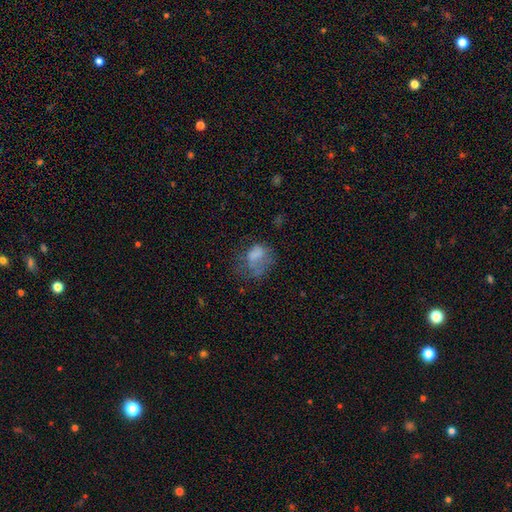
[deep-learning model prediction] Smooth or featured? smooth (60%)
How rounded? in between (63%)
Merging? major disturbance (42%)